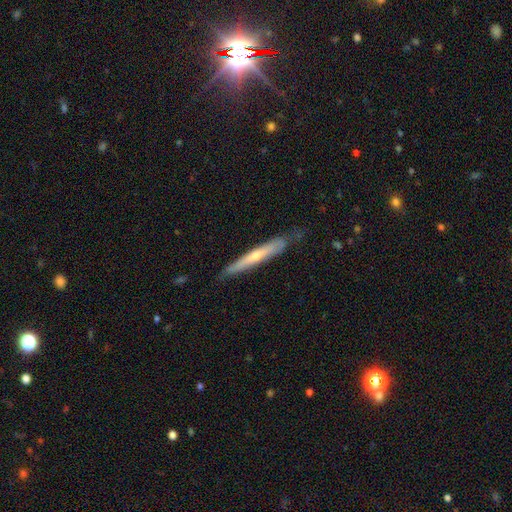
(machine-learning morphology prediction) A featured or disk galaxy (52%) viewed edge-on (90%). Merging: none (75%).